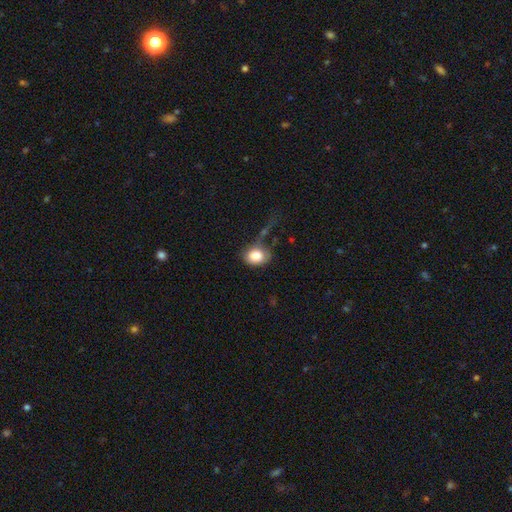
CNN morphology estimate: Smooth or featured? smooth (83%)
How rounded? in between (60%)
Merging? none (43%)